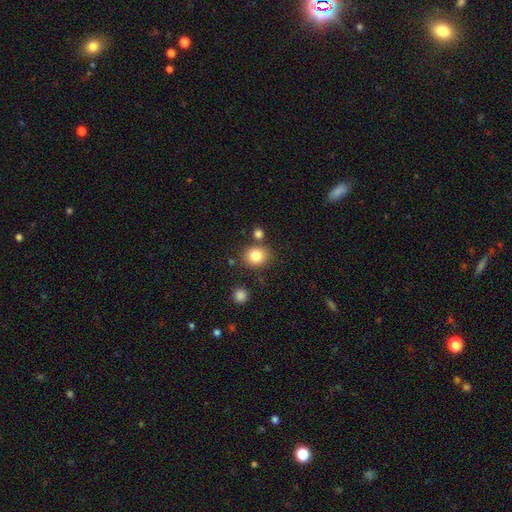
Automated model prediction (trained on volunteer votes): Smooth or featured: smooth — 83% (star or artifact — 10%)
How rounded: round — 70% (in between — 29%)
Merging: none — 77% (minor disturbance — 11%)